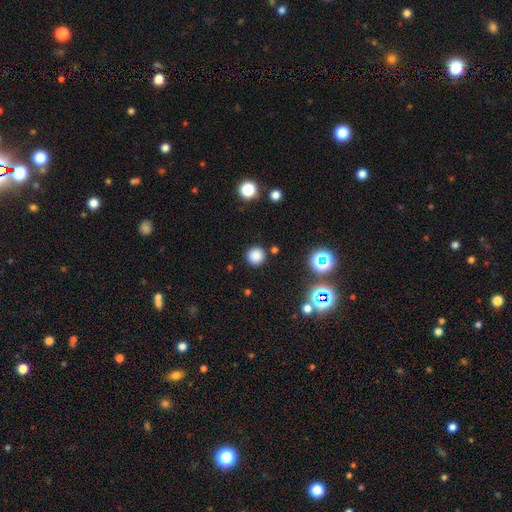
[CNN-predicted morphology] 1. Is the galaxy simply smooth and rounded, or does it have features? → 80% smooth, 16% star or artifact, 4% featured or disk.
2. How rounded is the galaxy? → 95% round, 4% in between, 1% cigar-shaped.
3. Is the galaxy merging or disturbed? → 89% none, 6% minor disturbance, 2% major disturbance, 2% merger.